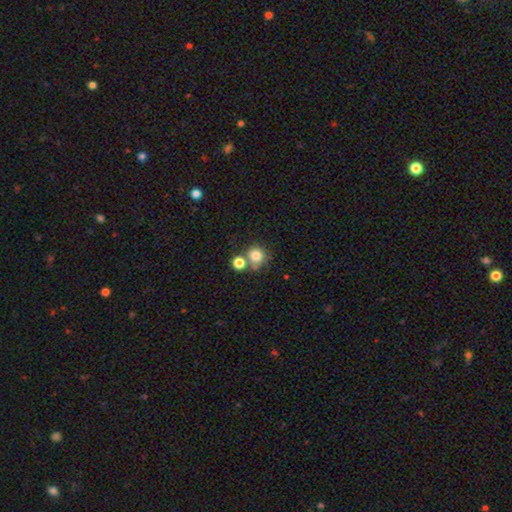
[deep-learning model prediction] A smooth galaxy with no disk features (80%) that is round (87%). Merging: none (54%).